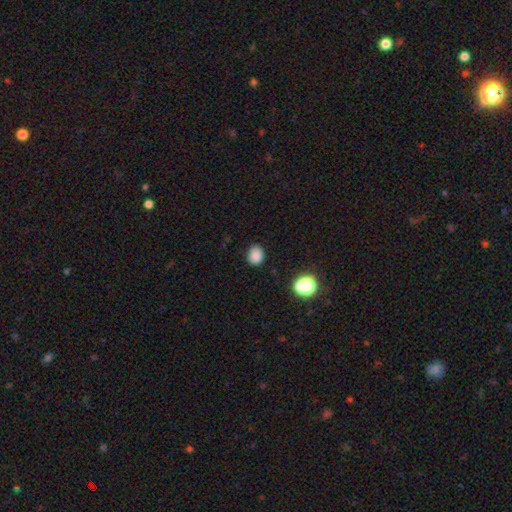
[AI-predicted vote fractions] Smooth or featured?
  - smooth: 84% *
  - star or artifact: 12%
  - featured or disk: 4%
How rounded?
  - in between: 53% *
  - round: 46%
  - cigar-shaped: 1%
Merging?
  - none: 82% *
  - minor disturbance: 13%
  - major disturbance: 3%
  - merger: 1%